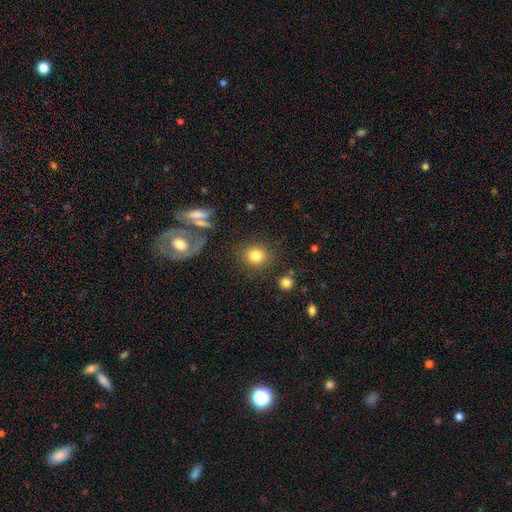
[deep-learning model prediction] Smooth or featured? Predicted: smooth (p=0.81). How rounded? Predicted: round (p=0.85). Merging? Predicted: none (p=0.84).